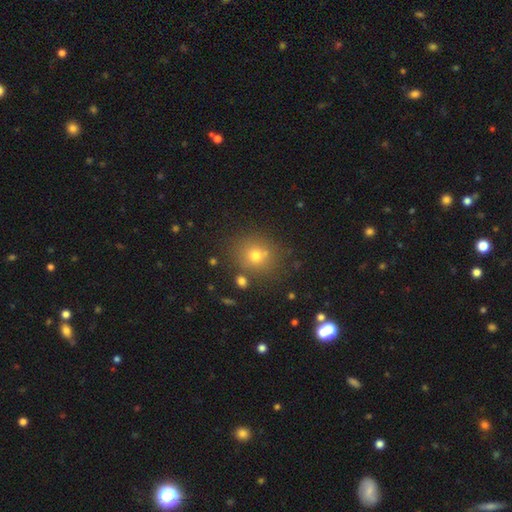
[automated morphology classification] type=smooth (70%); roundness=round (81%); merging=none (76%).